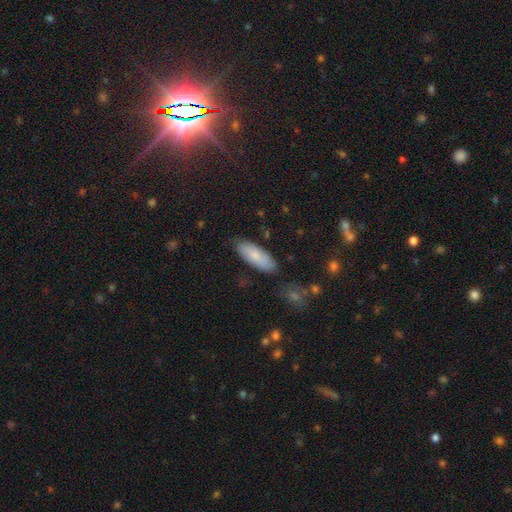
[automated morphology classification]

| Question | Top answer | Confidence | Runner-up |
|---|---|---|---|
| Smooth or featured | smooth | 77% | featured or disk (17%) |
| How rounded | in between | 75% | cigar-shaped (23%) |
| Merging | none | 79% | minor disturbance (16%) |